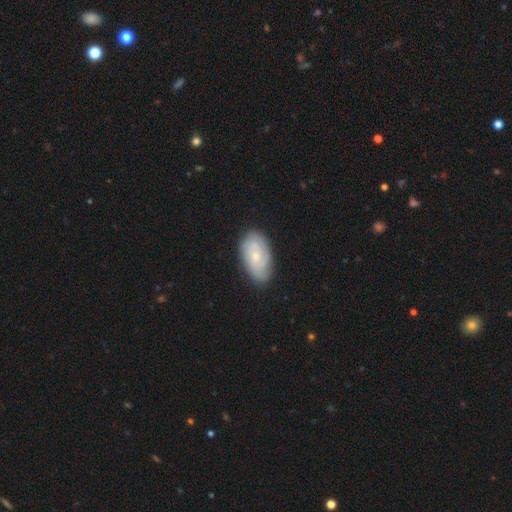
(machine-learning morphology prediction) Smooth or featured? Predicted: featured or disk (p=0.57). Edge-on disk? Predicted: no (p=0.95). Bar? Predicted: no (p=0.72). Spiral arms? Predicted: yes (p=0.87). Bulge size? Predicted: small (p=0.64). Merging? Predicted: none (p=0.77).